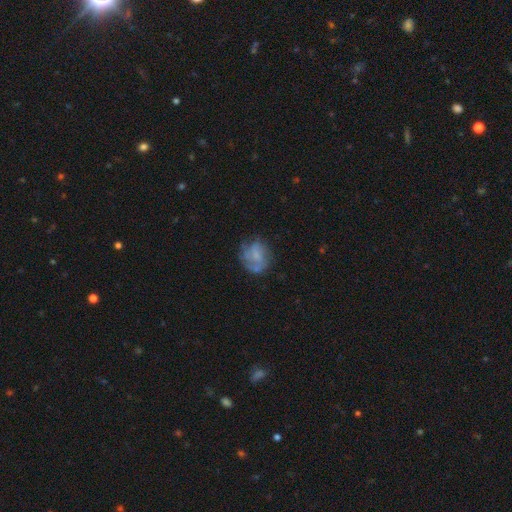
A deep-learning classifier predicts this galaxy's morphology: smooth-or-featured: featured or disk: 50% | smooth: 41% | star or artifact: 9%
  merging: none: 55% | minor disturbance: 24% | major disturbance: 17% | merger: 3%